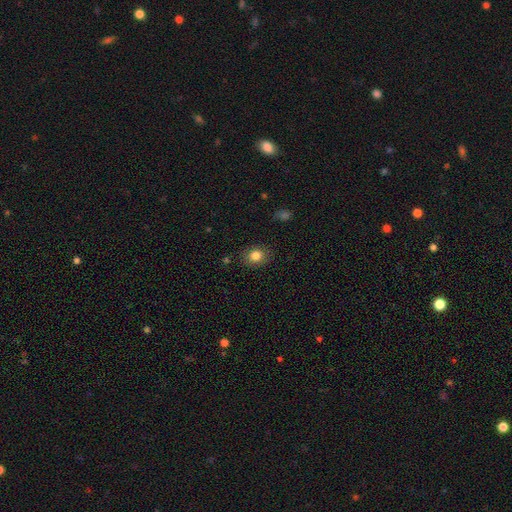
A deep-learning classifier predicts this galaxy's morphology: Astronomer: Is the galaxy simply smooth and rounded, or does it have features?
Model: smooth — 82%.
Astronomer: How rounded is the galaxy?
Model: round — 54% (runner-up: in between, 45%).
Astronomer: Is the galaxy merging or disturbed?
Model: none — 84%.